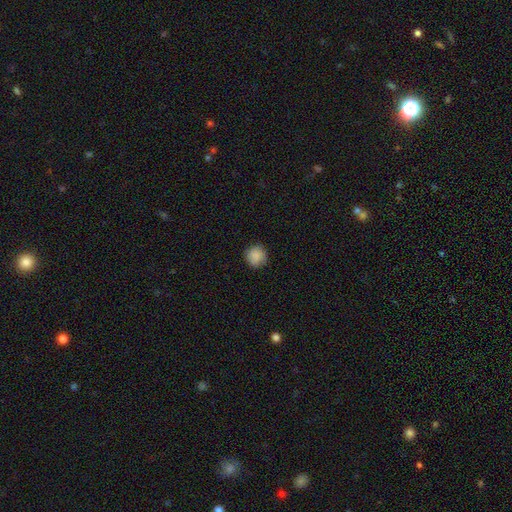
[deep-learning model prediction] A smooth galaxy with no disk features (86%) that is round (92%).

Vote fractions:
- Smooth or featured? smooth: 86% / star or artifact: 8% / featured or disk: 6%
- How rounded? round: 92% / in between: 7% / cigar-shaped: 1%
- Merging? none: 84% / minor disturbance: 12% / major disturbance: 3% / merger: 1%